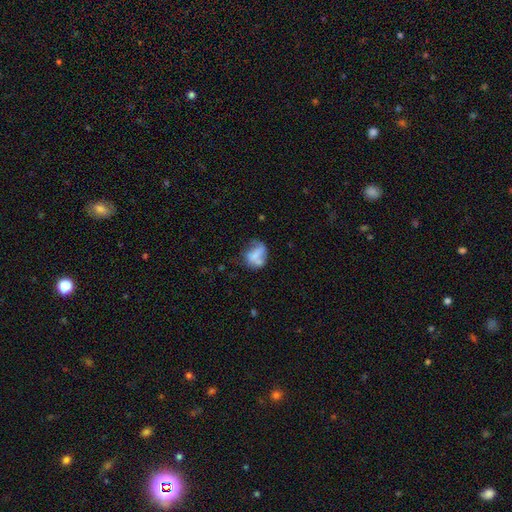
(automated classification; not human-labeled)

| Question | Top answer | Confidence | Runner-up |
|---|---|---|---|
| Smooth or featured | smooth | 57% | featured or disk (33%) |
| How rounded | in between | 58% | round (39%) |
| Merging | none | 31% | major disturbance (25%) |